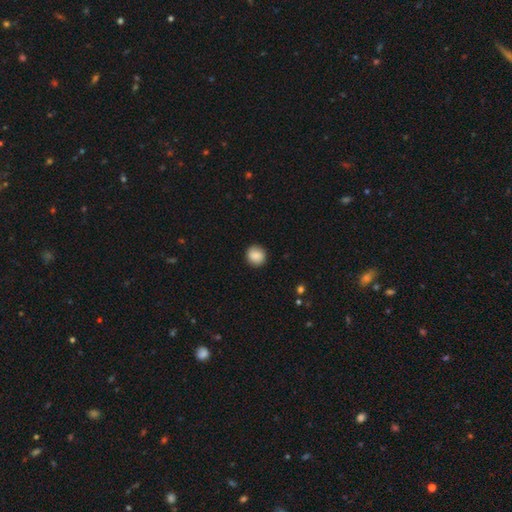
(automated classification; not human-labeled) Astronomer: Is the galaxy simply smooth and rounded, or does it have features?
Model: smooth — 86%.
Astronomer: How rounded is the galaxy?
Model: round — 88%.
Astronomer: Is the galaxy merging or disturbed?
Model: none — 89%.